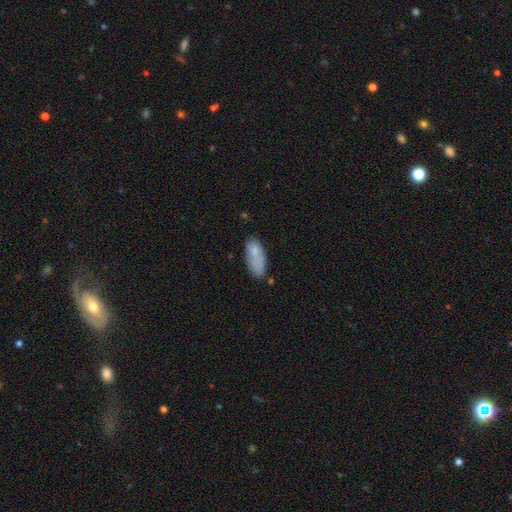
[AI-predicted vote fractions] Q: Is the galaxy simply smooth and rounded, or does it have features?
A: smooth — 77%.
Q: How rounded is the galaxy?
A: in between — 80%.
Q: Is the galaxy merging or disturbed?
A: none — 58%.